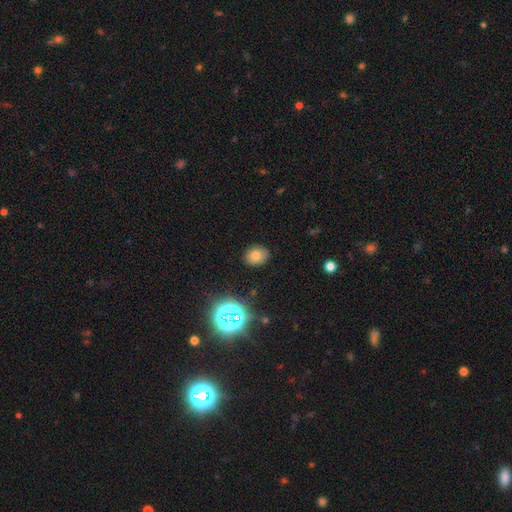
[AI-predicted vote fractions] smooth_or_featured: smooth (p=0.73) [alt: star or artifact p=0.17]
how_rounded: round (p=0.54) [alt: in between p=0.45]
merging: none (p=0.86) [alt: minor disturbance p=0.10]